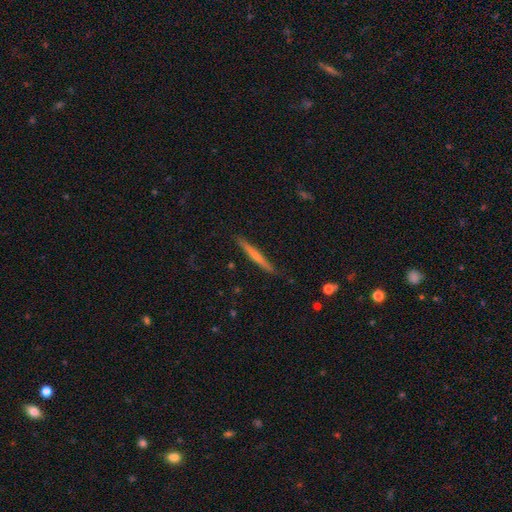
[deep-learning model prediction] Morphology: type=smooth (53%); roundness=cigar-shaped (96%); merging=none (88%).